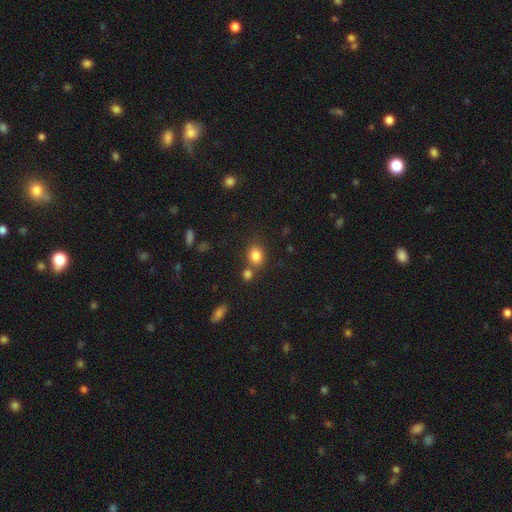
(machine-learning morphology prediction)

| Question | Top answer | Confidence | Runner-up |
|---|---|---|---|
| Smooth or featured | smooth | 83% | star or artifact (11%) |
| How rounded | round | 55% | in between (44%) |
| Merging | none | 61% | merger (24%) |